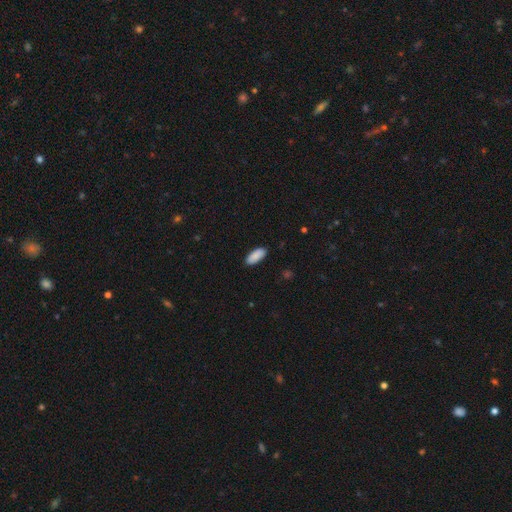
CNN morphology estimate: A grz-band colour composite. It shows a smooth galaxy with no disk features (90%) that is in between round and cigar-shaped (85%). Merging: none (89%).